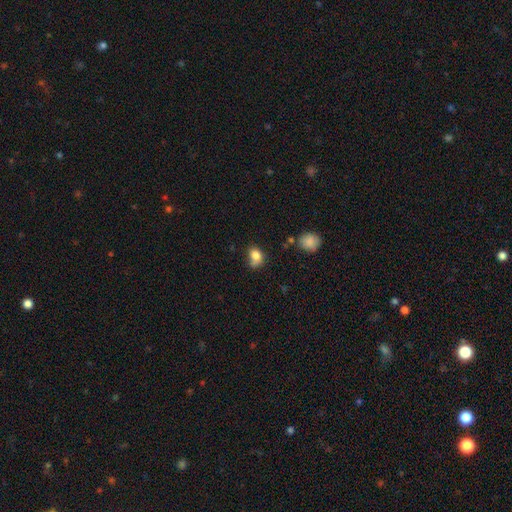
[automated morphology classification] Q: Smooth or featured?
A: smooth (81%); runner-up: star or artifact (11%)
Q: How rounded?
A: in between (56%); runner-up: round (43%)
Q: Merging?
A: none (45%); runner-up: minor disturbance (31%)